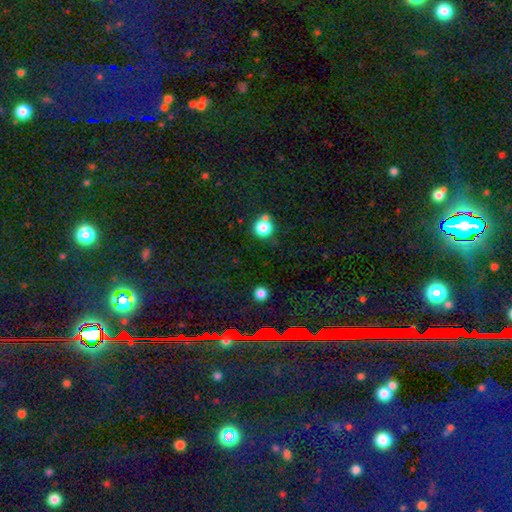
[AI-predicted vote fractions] This appears to be a star or artifact, not a galaxy (75%).